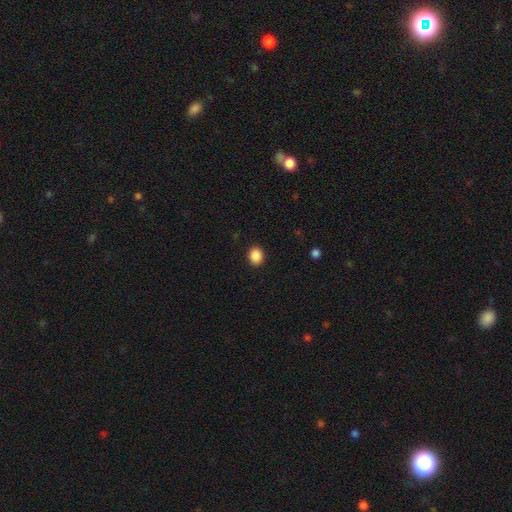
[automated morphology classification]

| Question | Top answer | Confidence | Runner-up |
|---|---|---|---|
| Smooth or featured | smooth | 88% | star or artifact (9%) |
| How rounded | round | 60% | in between (39%) |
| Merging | none | 91% | minor disturbance (6%) |